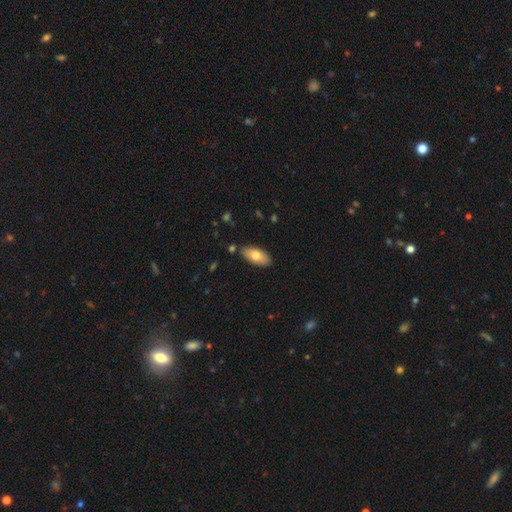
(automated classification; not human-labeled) Smooth or featured?
  - smooth: 74% *
  - featured or disk: 20%
  - star or artifact: 6%
How rounded?
  - in between: 90% *
  - cigar-shaped: 7%
  - round: 3%
Merging?
  - none: 84% *
  - minor disturbance: 11%
  - merger: 3%
  - major disturbance: 2%